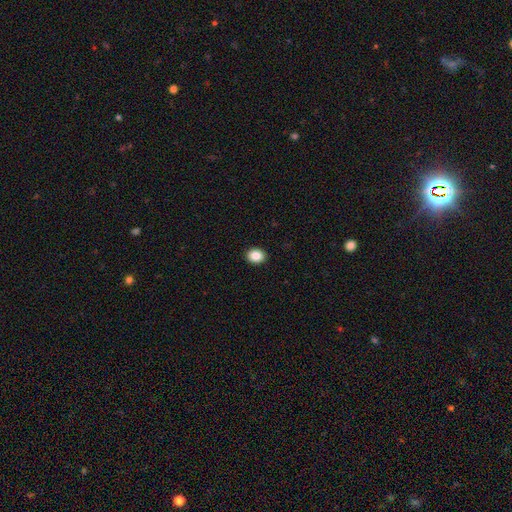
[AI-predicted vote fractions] A smooth galaxy with no disk features (87%) that is round (52%).

Vote fractions:
- Smooth or featured? smooth: 87% / star or artifact: 9% / featured or disk: 4%
- How rounded? round: 52% / in between: 47% / cigar-shaped: 1%
- Merging? none: 92% / minor disturbance: 6% / major disturbance: 2% / merger: 1%